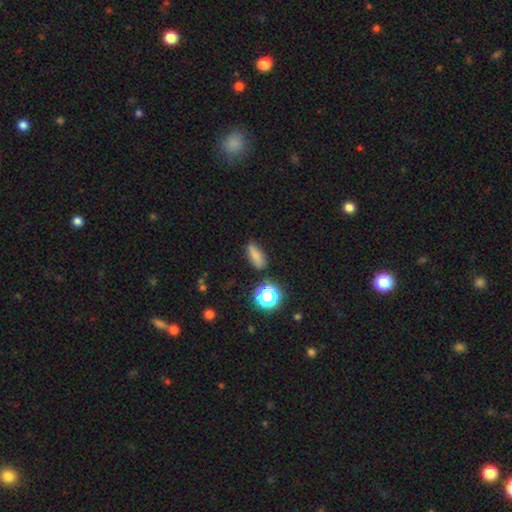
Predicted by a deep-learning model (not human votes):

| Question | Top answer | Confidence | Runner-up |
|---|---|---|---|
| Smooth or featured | smooth | 74% | star or artifact (16%) |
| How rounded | in between | 67% | cigar-shaped (22%) |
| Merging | none | 74% | minor disturbance (18%) |